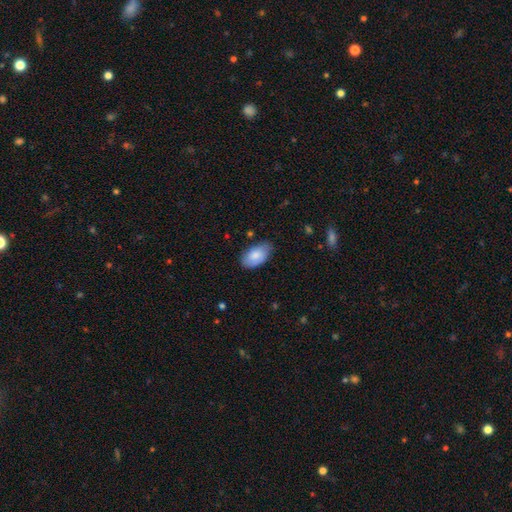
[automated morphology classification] Q: Smooth or featured?
A: smooth (79%); runner-up: featured or disk (14%)
Q: How rounded?
A: in between (94%); runner-up: round (4%)
Q: Merging?
A: none (71%); runner-up: minor disturbance (24%)